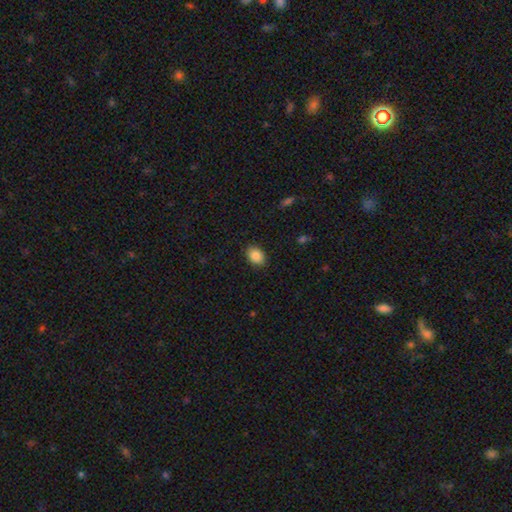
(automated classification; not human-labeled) The model was most divided on "how rounded": in between: 74%, round: 25%, cigar-shaped: 1%. More confident: merging — none (88%); smooth or featured — smooth (88%).